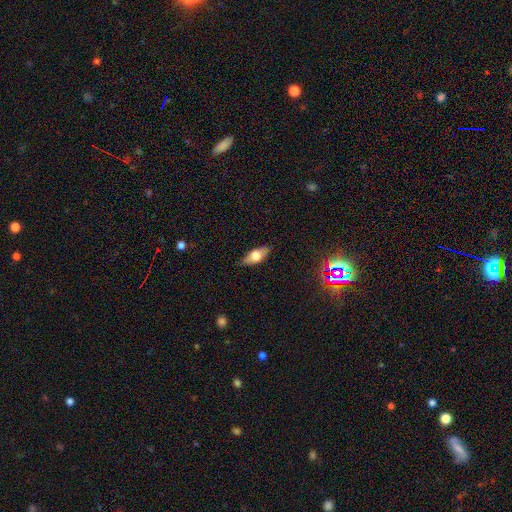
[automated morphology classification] A smooth galaxy with no disk features (53%) that is in between round and cigar-shaped (75%). Merging: none (85%).